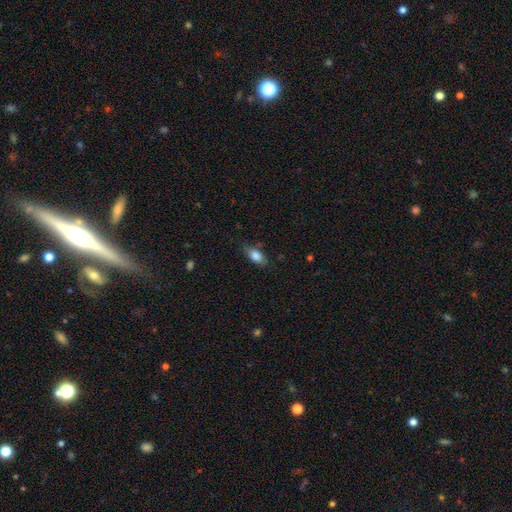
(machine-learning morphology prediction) smooth-or-featured: smooth: 82% | featured or disk: 11% | star or artifact: 8%
  how-rounded: in between: 86% | cigar-shaped: 9% | round: 5%
  merging: none: 74% | minor disturbance: 20% | major disturbance: 5% | merger: 2%